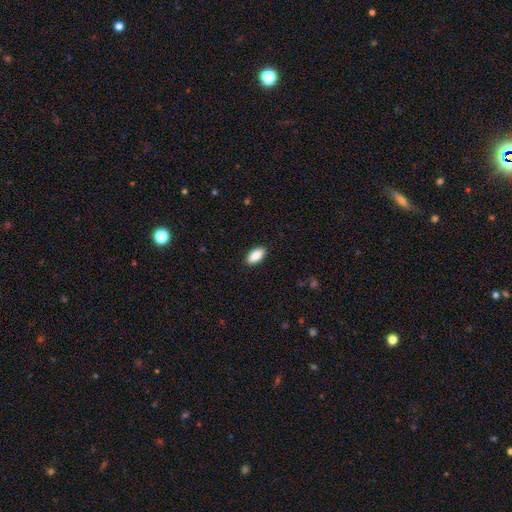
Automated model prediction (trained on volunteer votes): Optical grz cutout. It shows a smooth galaxy with no disk features (88%) that is in between round and cigar-shaped (89%). Merging: none (90%).